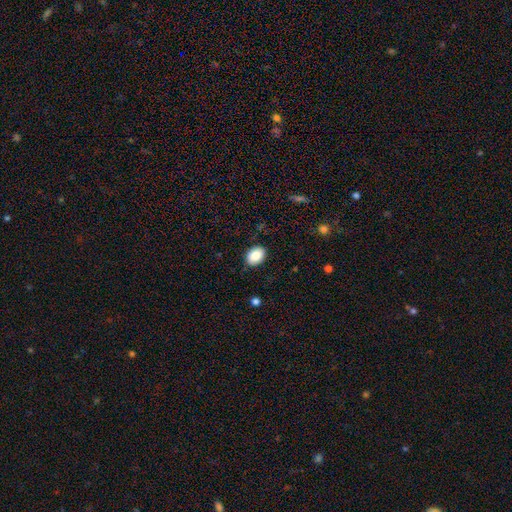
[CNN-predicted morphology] smooth-or-featured: smooth: 87% | star or artifact: 8% | featured or disk: 5%
  how-rounded: in between: 74% | round: 25% | cigar-shaped: 1%
  merging: none: 87% | minor disturbance: 9% | major disturbance: 2% | merger: 1%